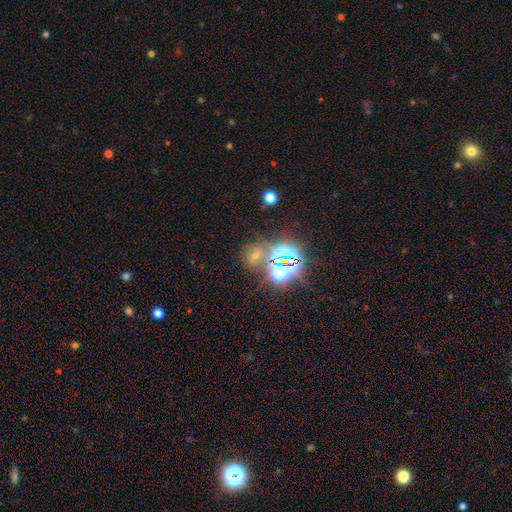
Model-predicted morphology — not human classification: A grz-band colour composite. It shows a star or artifact, not a galaxy (66%).